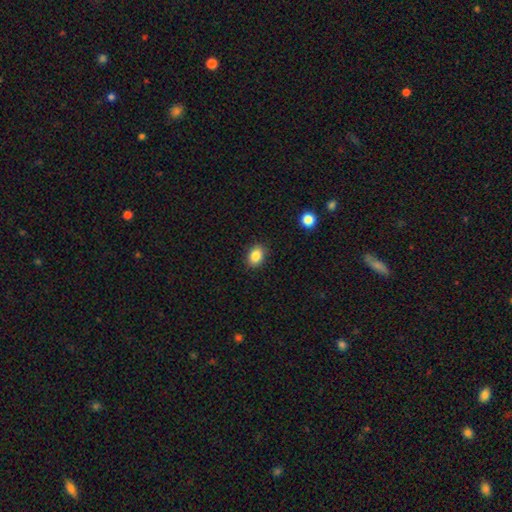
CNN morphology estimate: Overall: smooth (86%). How rounded: in between (72%). Merging: none (88%).